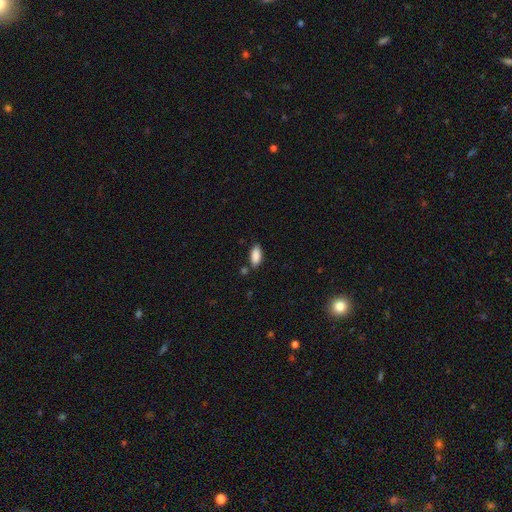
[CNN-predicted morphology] Smooth or featured? smooth (89%)
How rounded? in between (89%)
Merging? none (78%)